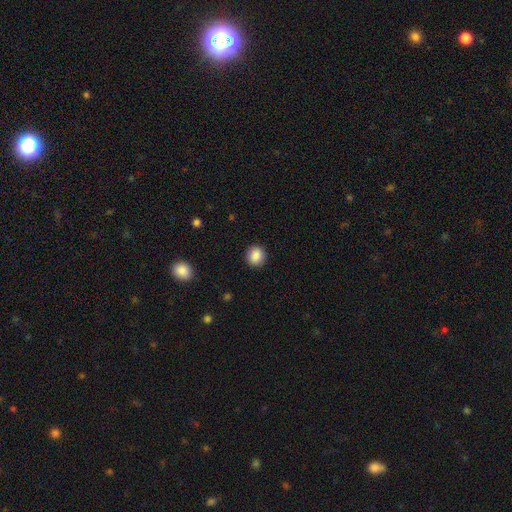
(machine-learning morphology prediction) This is clearly a smooth galaxy (88%). How rounded: clearly round (89%). Merging: clearly none (91%).